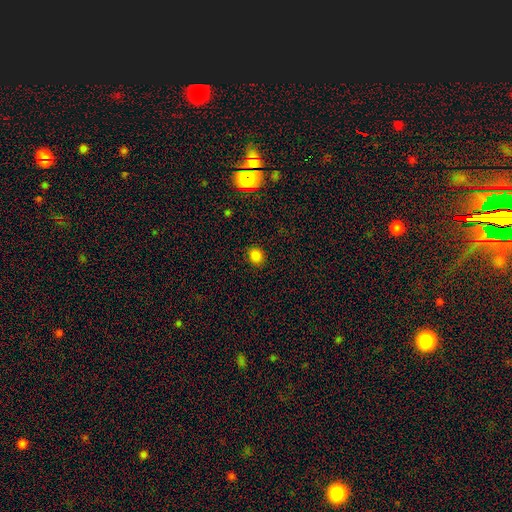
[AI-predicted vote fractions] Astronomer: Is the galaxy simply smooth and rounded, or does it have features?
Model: smooth — 82%.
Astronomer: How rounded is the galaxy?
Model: round — 78%.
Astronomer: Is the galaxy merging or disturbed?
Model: none — 89%.